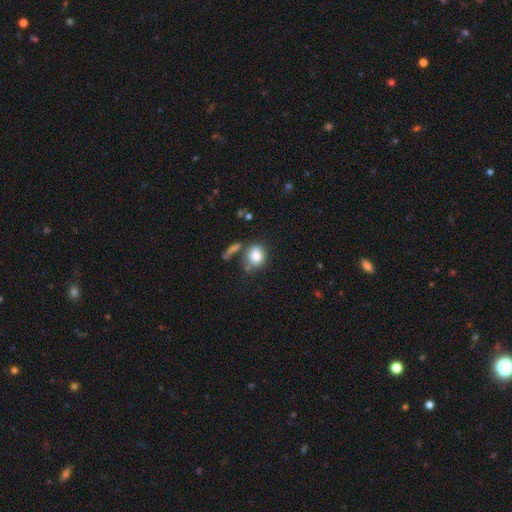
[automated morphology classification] smooth_or_featured: smooth (p=0.79) [alt: featured or disk p=0.11]
how_rounded: round (p=0.70) [alt: in between p=0.29]
merging: none (p=0.60) [alt: minor disturbance p=0.18]